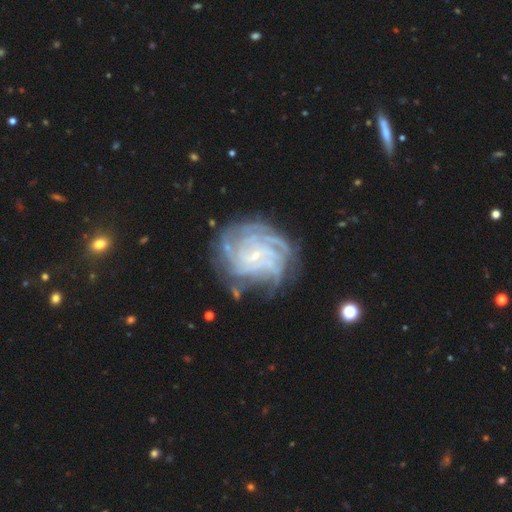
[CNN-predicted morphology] featured or disk 87%, star or artifact 7%, smooth 7%. Down the decision tree: edge-on disk — no (98%); bar — no (51%); spiral arms — yes (97%); spiral arm count — 4 (29%); spiral winding — tight (72%); bulge size — small (84%); merging — none (67%).